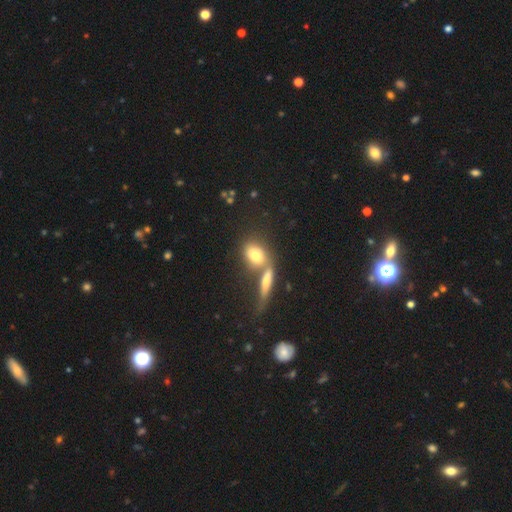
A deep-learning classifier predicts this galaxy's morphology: Overall: smooth (73%). How rounded: in between (67%). Merging: merger (44%; none 40%).